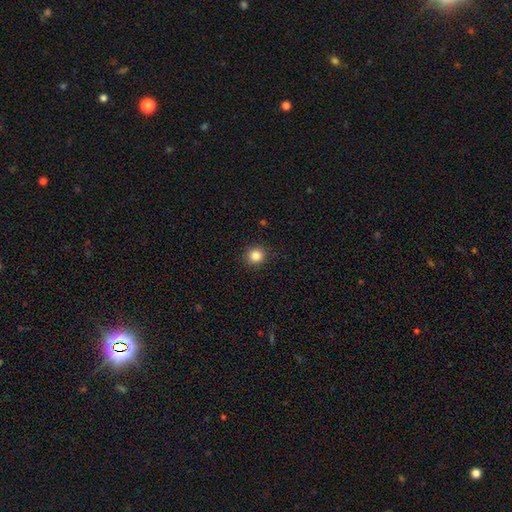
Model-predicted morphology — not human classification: Overall: smooth (84%). How rounded: round (92%). Merging: none (91%).